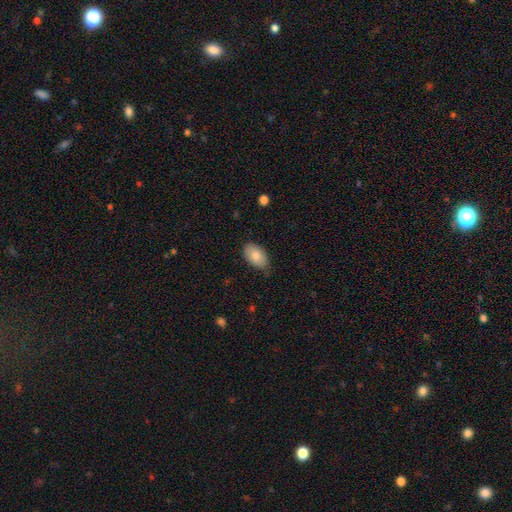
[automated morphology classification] This appears to be a smooth galaxy with no disk features (83%) that is in between round and cigar-shaped (94%). Merging: none (75%).